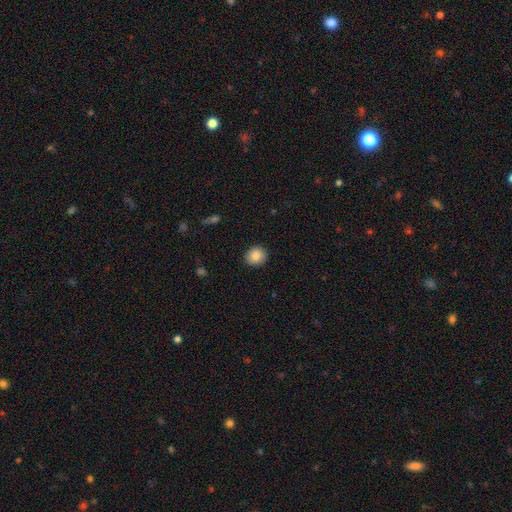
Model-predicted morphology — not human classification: This is clearly a smooth galaxy (86%). How rounded: clearly round (85%). Merging: clearly none (91%).